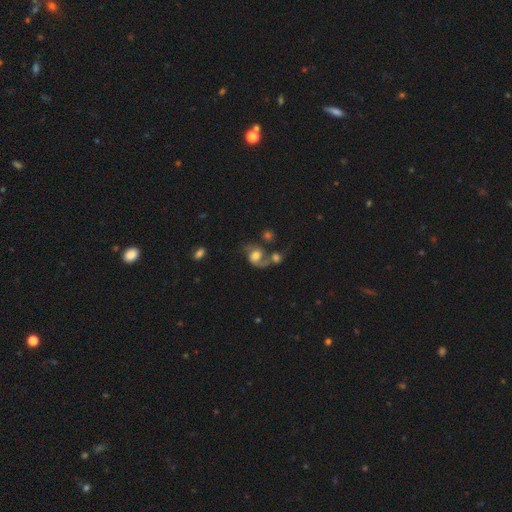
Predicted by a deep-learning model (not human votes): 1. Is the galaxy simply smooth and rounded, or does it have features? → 61% featured or disk, 29% smooth, 10% star or artifact.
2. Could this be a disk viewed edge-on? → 97% no, 3% yes.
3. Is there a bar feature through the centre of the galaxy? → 60% no, 33% weak, 8% strong.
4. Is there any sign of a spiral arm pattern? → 87% yes, 13% no.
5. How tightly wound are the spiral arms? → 50% loose, 39% medium, 11% tight.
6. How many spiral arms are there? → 69% 2, 23% 1, 5% can't tell, 1% 3, 1% 4, 1% more than 4.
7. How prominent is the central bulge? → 50% moderate, 27% large, 14% small, 6% none, 3% dominant.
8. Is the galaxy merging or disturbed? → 40% merger, 30% none, 17% major disturbance, 13% minor disturbance.